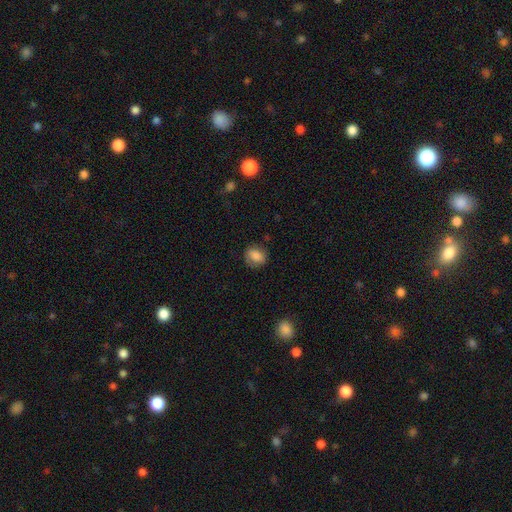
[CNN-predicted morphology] Smooth or featured: smooth — 79% (featured or disk — 12%)
How rounded: round — 56% (in between — 42%)
Merging: none — 78% (minor disturbance — 16%)